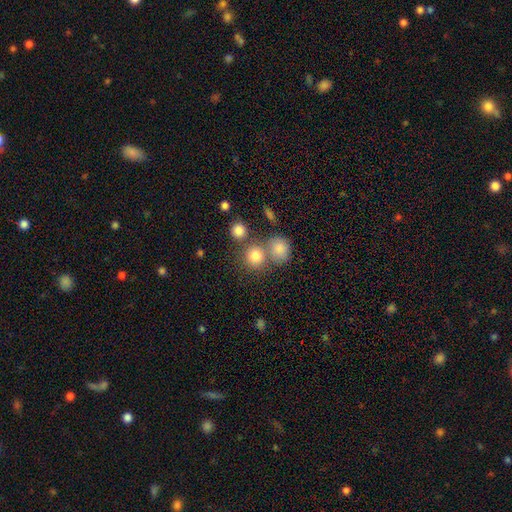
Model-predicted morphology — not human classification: Smooth or featured? Predicted: smooth (p=0.80). How rounded? Predicted: round (p=0.86). Merging? Predicted: none (p=0.59).